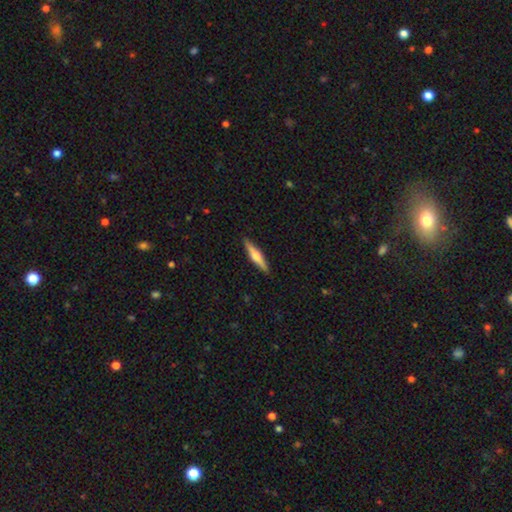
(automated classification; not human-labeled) featured or disk 54%, smooth 41%, star or artifact 6%. Down the decision tree: edge-on disk — yes (96%); edge-on bulge — rounded (90%); merging — none (91%).